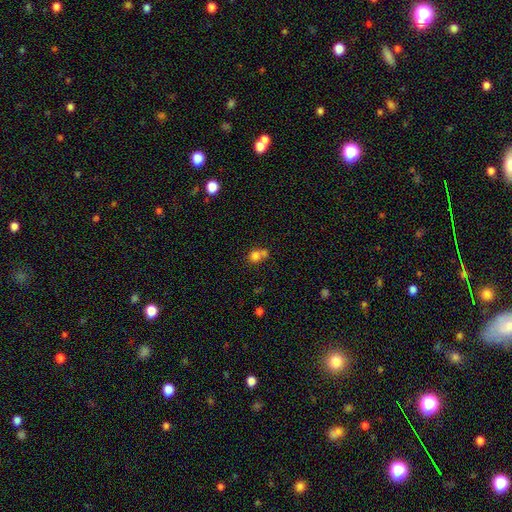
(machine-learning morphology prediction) The model was most divided on "merging": merger: 48%, none: 38%, minor disturbance: 9%, major disturbance: 4%. More confident: smooth or featured — smooth (77%); how rounded — round (77%).